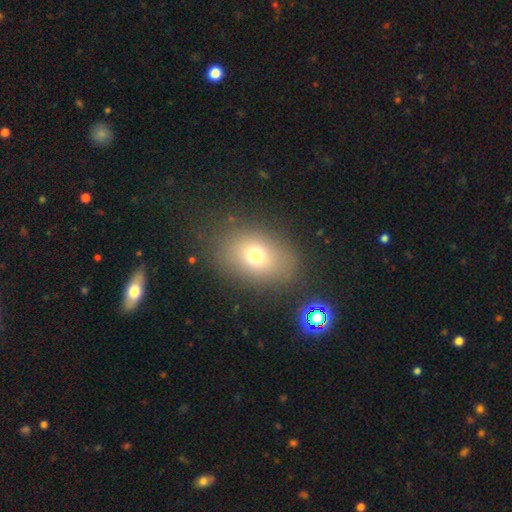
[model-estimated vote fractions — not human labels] Smooth or featured? Predicted: smooth (p=0.71). How rounded? Predicted: in between (p=0.73). Merging? Predicted: none (p=0.79).